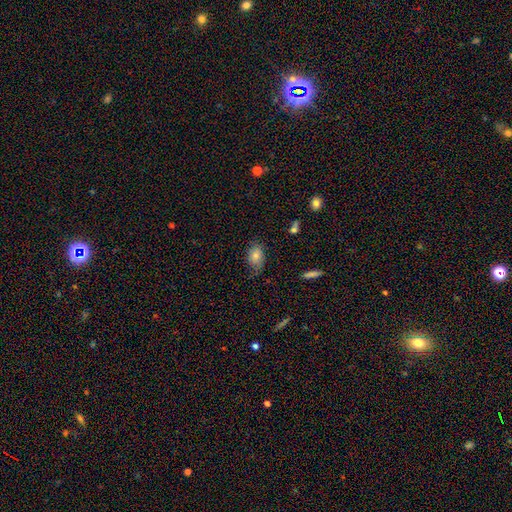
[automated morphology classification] A smooth galaxy with no disk features (77%) that is in between round and cigar-shaped (83%). Merging: none (66%).